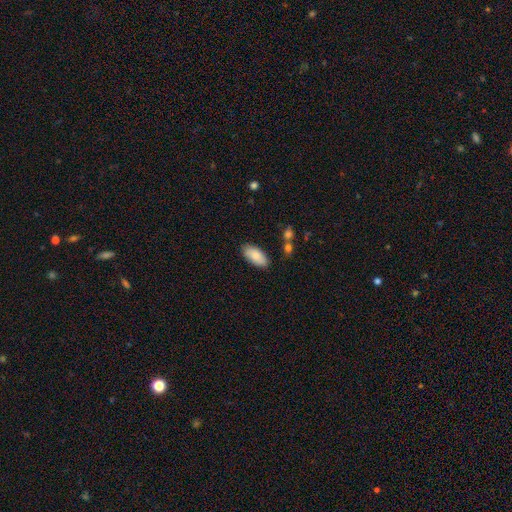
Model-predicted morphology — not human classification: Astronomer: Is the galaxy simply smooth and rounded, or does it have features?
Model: smooth — 86%.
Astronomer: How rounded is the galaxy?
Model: in between — 92%.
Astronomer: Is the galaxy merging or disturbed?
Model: none — 84%.